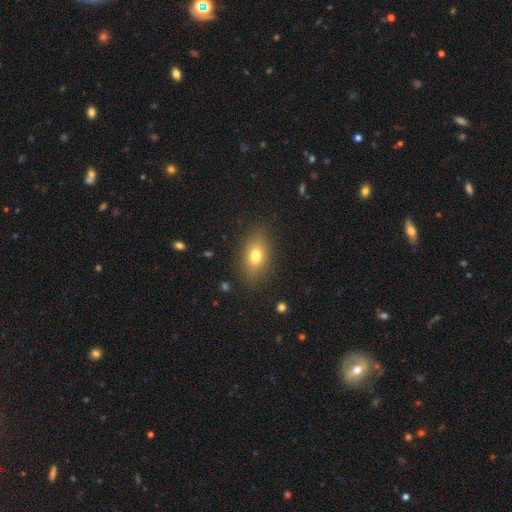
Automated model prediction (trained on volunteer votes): smooth 75%, featured or disk 15%, star or artifact 10%. Down the decision tree: how rounded — in between (83%); merging — none (84%).